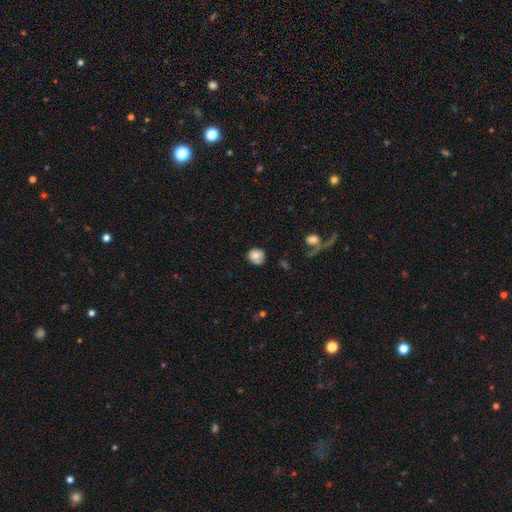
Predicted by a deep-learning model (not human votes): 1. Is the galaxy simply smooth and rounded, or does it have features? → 73% smooth, 18% featured or disk, 9% star or artifact.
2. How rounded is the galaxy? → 79% round, 20% in between, 1% cigar-shaped.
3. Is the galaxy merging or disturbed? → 63% none, 25% minor disturbance, 8% major disturbance, 5% merger.